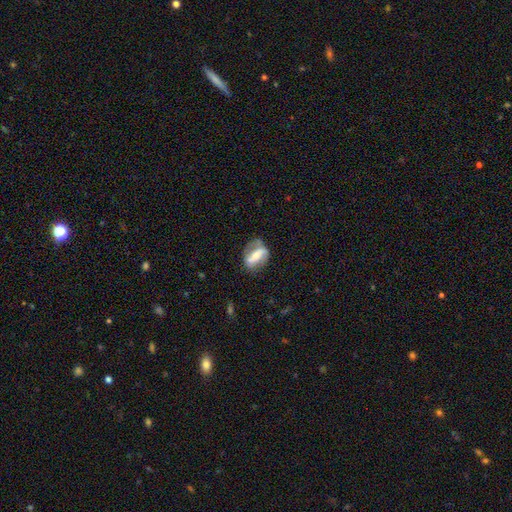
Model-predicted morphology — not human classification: Smooth or featured? Predicted: featured or disk (p=0.63). Edge-on disk? Predicted: no (p=0.85). Bar? Predicted: strong (p=0.58). Spiral arms? Predicted: no (p=0.51). Bulge size? Predicted: moderate (p=0.53). Merging? Predicted: none (p=0.60).